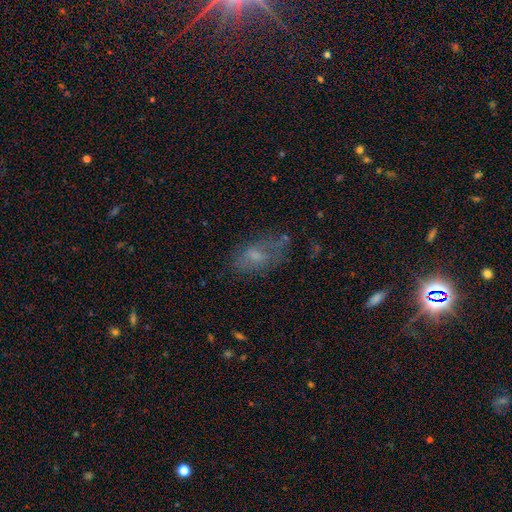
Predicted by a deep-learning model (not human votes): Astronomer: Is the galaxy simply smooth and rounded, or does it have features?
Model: smooth — 52% (runner-up: featured or disk, 35%).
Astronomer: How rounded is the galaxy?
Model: in between — 87%.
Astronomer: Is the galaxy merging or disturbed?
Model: none — 55%.